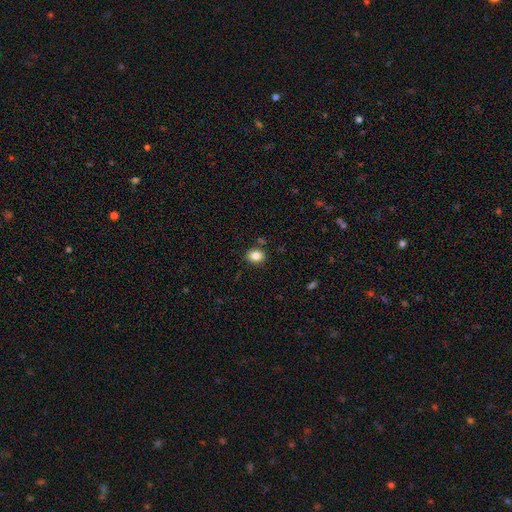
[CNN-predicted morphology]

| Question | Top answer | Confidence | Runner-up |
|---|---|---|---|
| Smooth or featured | smooth | 85% | star or artifact (10%) |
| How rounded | in between | 56% | round (43%) |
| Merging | none | 85% | minor disturbance (10%) |